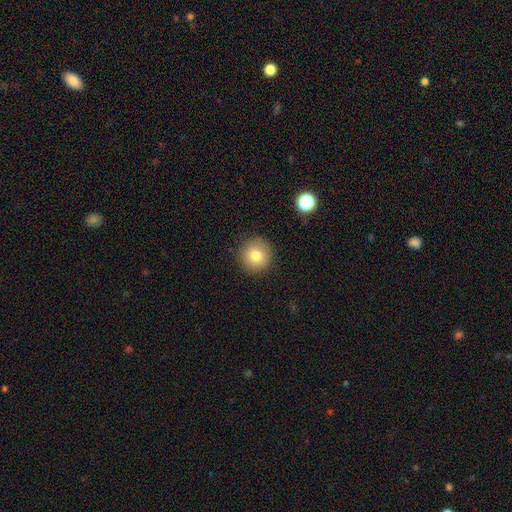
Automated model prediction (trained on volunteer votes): This is likely a smooth galaxy (79%). How rounded: clearly round (95%). Merging: clearly none (91%).